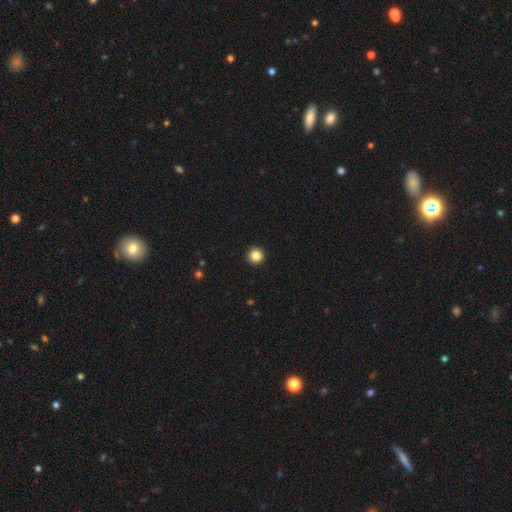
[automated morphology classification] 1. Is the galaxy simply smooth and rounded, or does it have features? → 85% smooth, 11% star or artifact, 4% featured or disk.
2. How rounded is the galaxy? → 96% round, 3% in between, 1% cigar-shaped.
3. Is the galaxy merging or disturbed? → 94% none, 4% minor disturbance, 1% major disturbance, 1% merger.